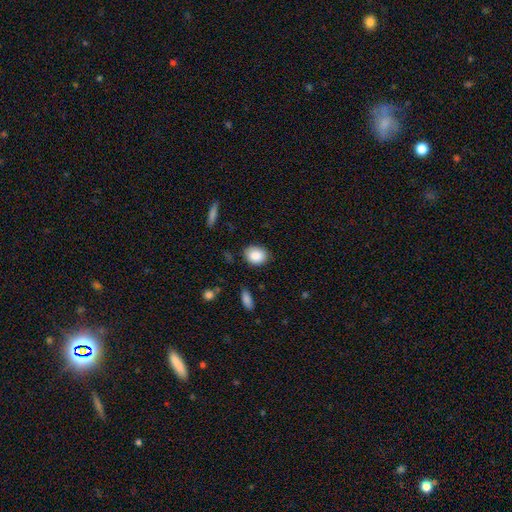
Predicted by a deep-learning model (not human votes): Smooth or featured? Predicted: smooth (p=0.87). How rounded? Predicted: in between (p=0.62). Merging? Predicted: none (p=0.84).